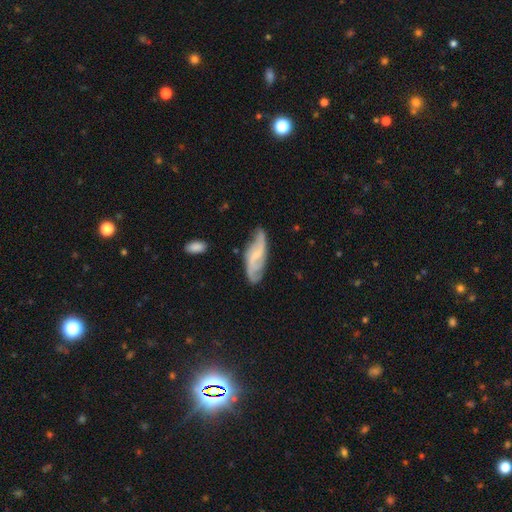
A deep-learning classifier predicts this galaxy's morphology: smooth_or_featured: featured or disk (p=0.72) [alt: smooth p=0.21]
disk_edge_on: no (p=0.90) [alt: yes p=0.10]
bar: weak (p=0.45) [alt: no p=0.39]
has_spiral_arms: yes (p=0.93) [alt: no p=0.07]
spiral_winding: loose (p=0.48) [alt: medium p=0.36]
spiral_arm_count: 2 (p=0.69) [alt: can't tell p=0.12]
bulge_size: small (p=0.58) [alt: moderate p=0.22]
merging: none (p=0.64) [alt: minor disturbance p=0.25]